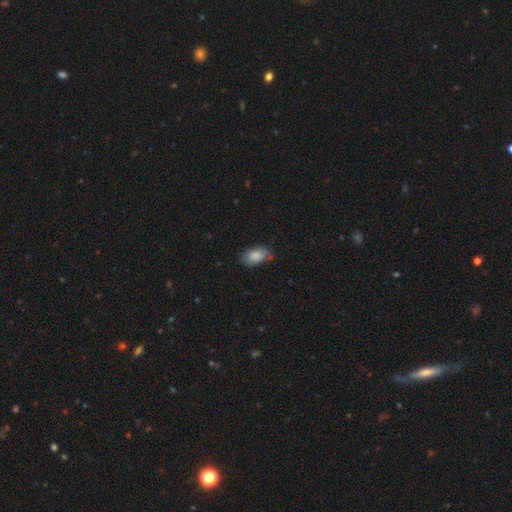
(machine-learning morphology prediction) This appears to be a smooth galaxy with no disk features (84%) that is in between round and cigar-shaped (92%). Merging: none (68%).